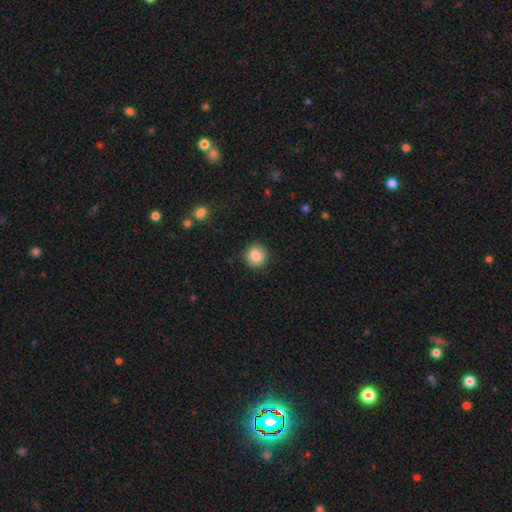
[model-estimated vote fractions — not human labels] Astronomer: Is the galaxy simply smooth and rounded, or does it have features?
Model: smooth — 86%.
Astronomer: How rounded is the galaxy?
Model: round — 93%.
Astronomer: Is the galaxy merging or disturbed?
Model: none — 91%.